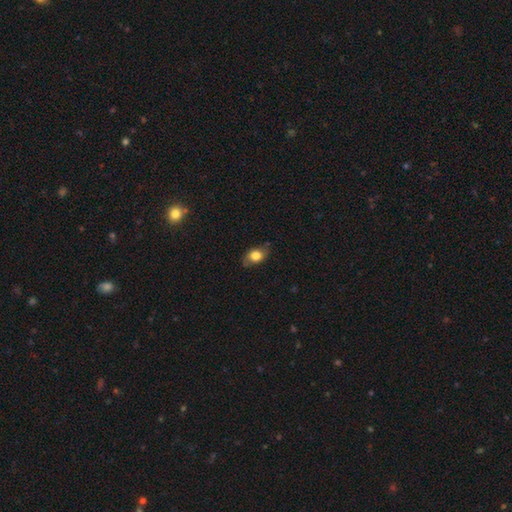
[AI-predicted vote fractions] A smooth galaxy with no disk features (74%) that is in between round and cigar-shaped (75%).

Vote fractions:
- Smooth or featured? smooth: 74% / featured or disk: 17% / star or artifact: 8%
- How rounded? in between: 75% / round: 23% / cigar-shaped: 3%
- Merging? none: 71% / minor disturbance: 23% / major disturbance: 5% / merger: 1%